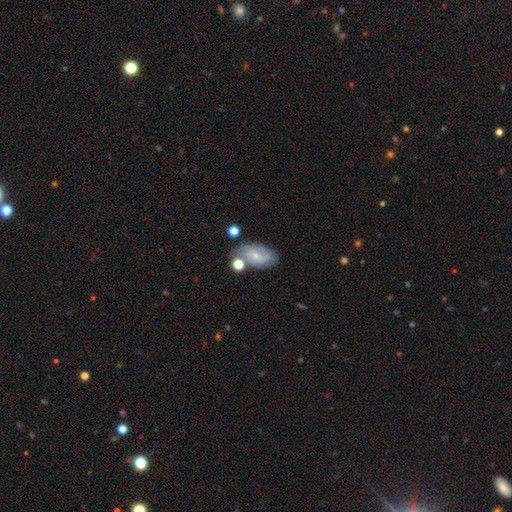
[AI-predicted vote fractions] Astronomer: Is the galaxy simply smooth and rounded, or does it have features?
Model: featured or disk — 46% (runner-up: smooth, 45%).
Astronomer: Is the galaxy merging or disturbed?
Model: none — 57%.